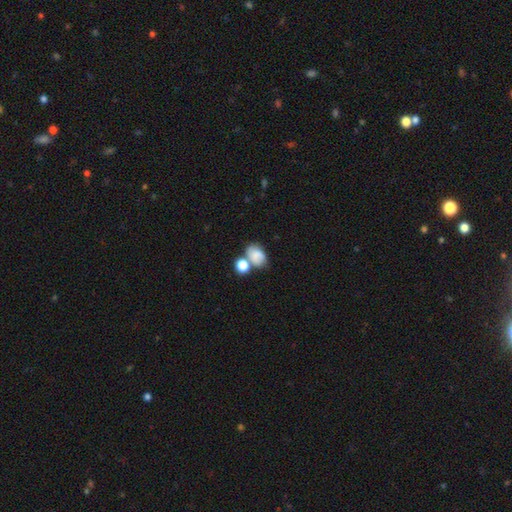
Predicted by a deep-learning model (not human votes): smooth 70%, featured or disk 19%, star or artifact 11%. Down the decision tree: how rounded — in between (66%); merging — none (39%).